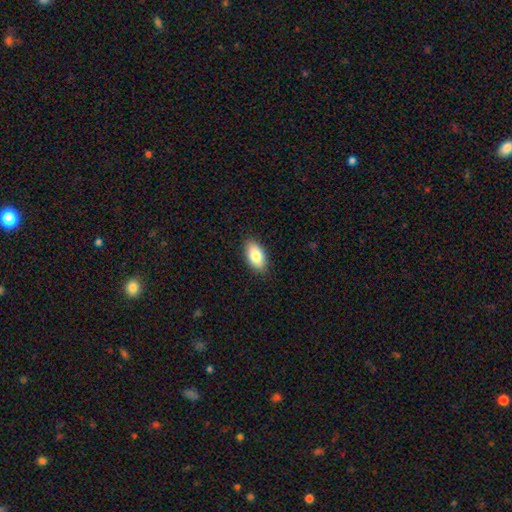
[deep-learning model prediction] Smooth or featured? smooth (82%)
How rounded? in between (93%)
Merging? none (88%)